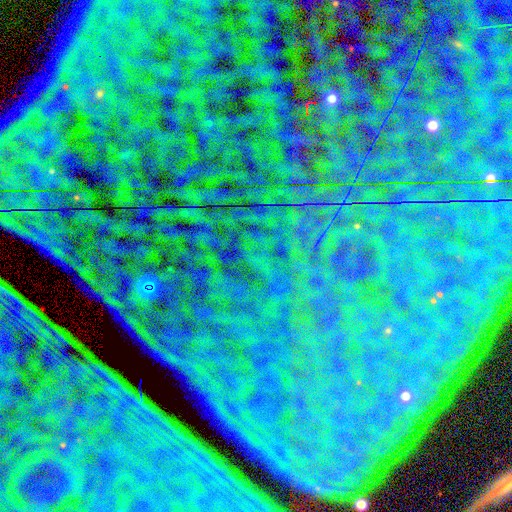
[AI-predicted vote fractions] The model was most divided on "smooth or featured": star or artifact: 87%, featured or disk: 7%, smooth: 6%.